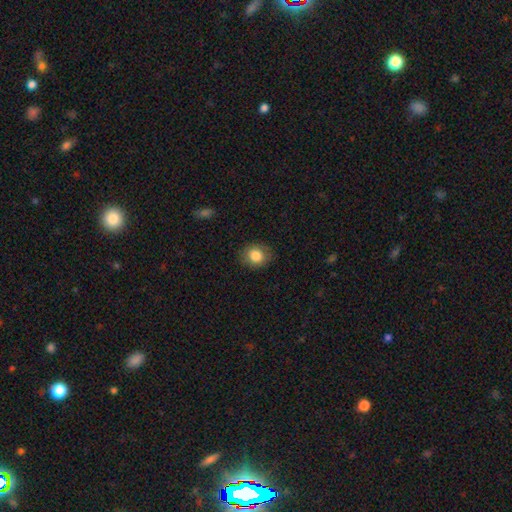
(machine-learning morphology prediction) This appears to be a smooth galaxy with no disk features (83%) that is round (64%). Merging: none (85%).